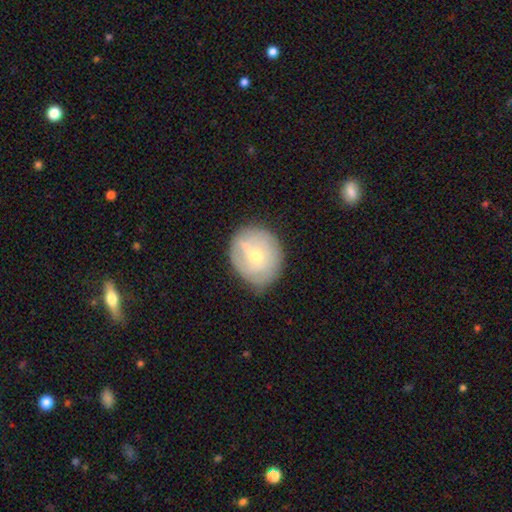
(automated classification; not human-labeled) A featured or disk galaxy (50%).

Vote fractions:
- Smooth or featured? featured or disk: 50% / smooth: 42% / star or artifact: 8%
- Edge-on disk? no: 96% / yes: 4%
- Merging? none: 67% / minor disturbance: 23% / major disturbance: 7% / merger: 3%